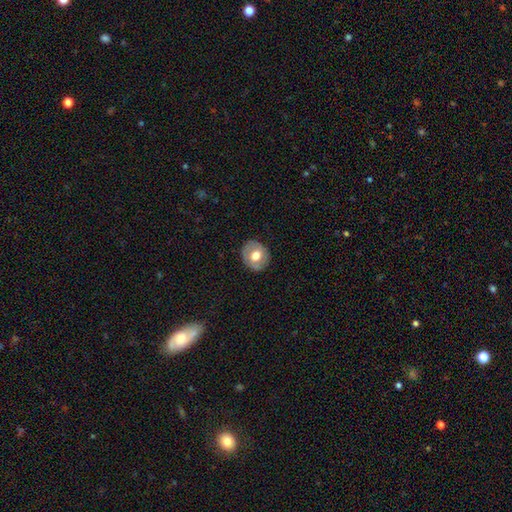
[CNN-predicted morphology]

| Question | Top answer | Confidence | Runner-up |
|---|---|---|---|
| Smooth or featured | smooth | 58% | featured or disk (35%) |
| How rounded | round | 66% | in between (33%) |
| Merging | none | 83% | minor disturbance (12%) |